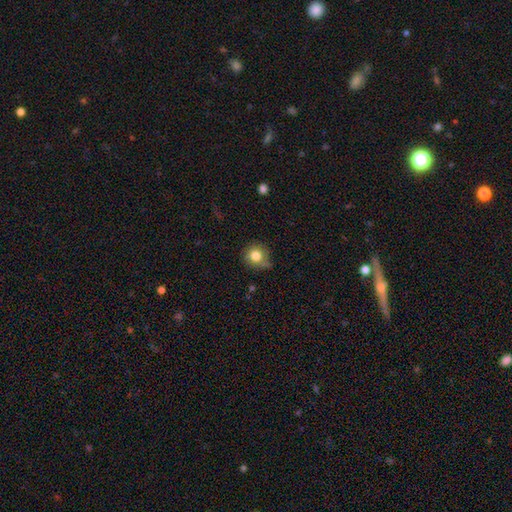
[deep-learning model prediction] Q: Smooth or featured?
A: smooth (81%); runner-up: star or artifact (10%)
Q: How rounded?
A: round (88%); runner-up: in between (11%)
Q: Merging?
A: none (65%); runner-up: minor disturbance (26%)